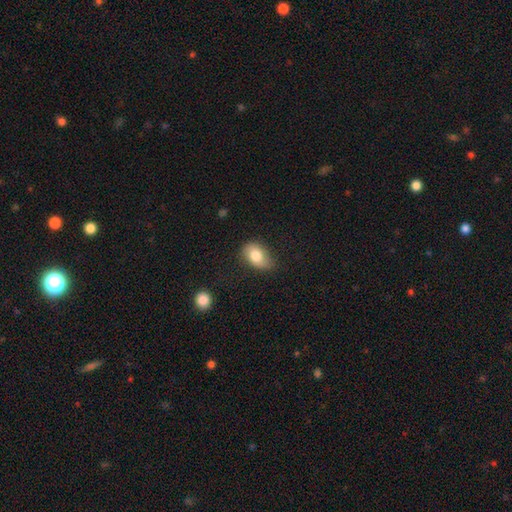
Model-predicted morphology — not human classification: Smooth or featured? Predicted: smooth (p=0.79). How rounded? Predicted: in between (p=0.86). Merging? Predicted: none (p=0.63).